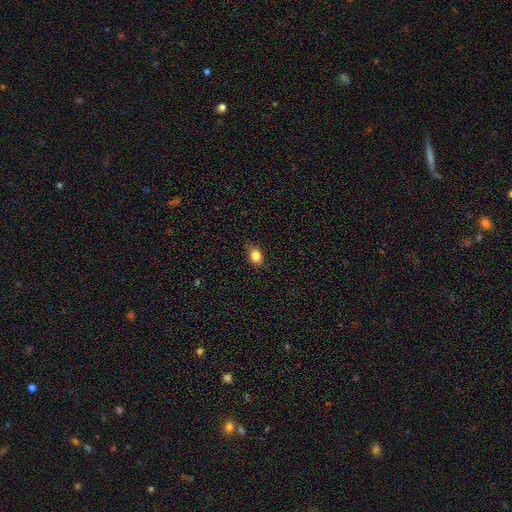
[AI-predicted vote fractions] A smooth galaxy with no disk features (83%) that is in between round and cigar-shaped (56%). Merging: none (80%).